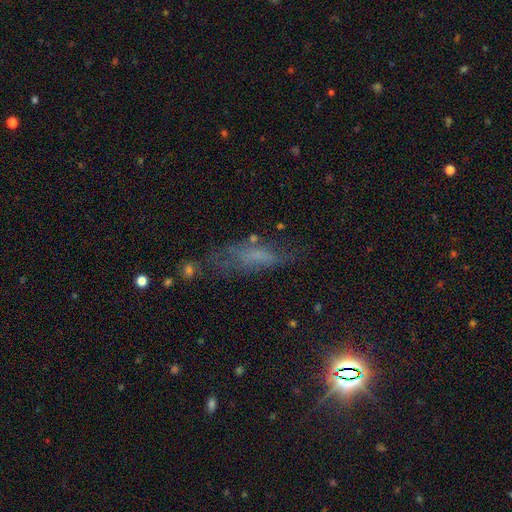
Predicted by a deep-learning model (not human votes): Overall: smooth (46%; featured or disk 34%). Merging: none (50%; minor disturbance 25%).